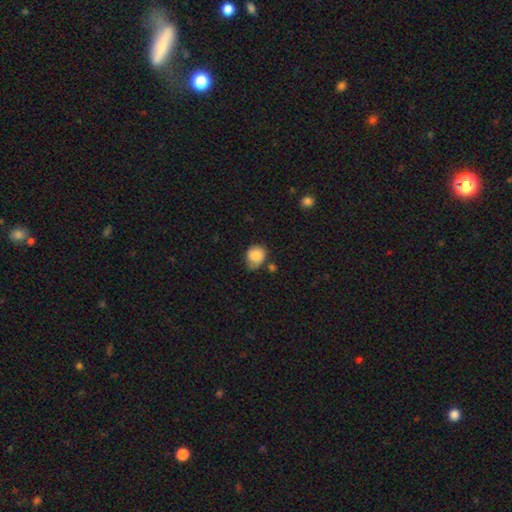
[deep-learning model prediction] Smooth or featured? Predicted: smooth (p=0.81). How rounded? Predicted: round (p=0.67). Merging? Predicted: none (p=0.54).